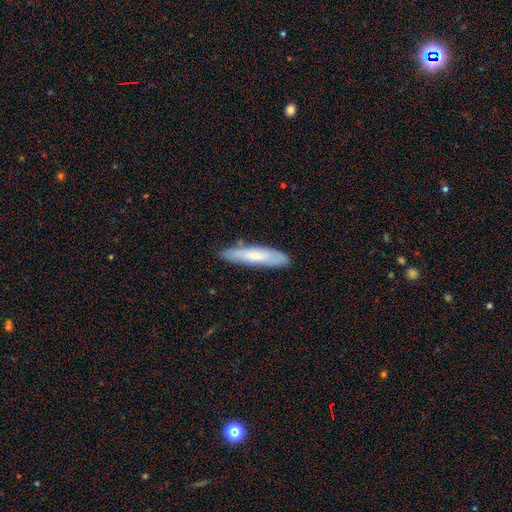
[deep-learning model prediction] smooth_or_featured: smooth (p=0.61) [alt: featured or disk p=0.33]
how_rounded: cigar-shaped (p=0.83) [alt: in between p=0.15]
merging: none (p=0.84) [alt: minor disturbance p=0.12]